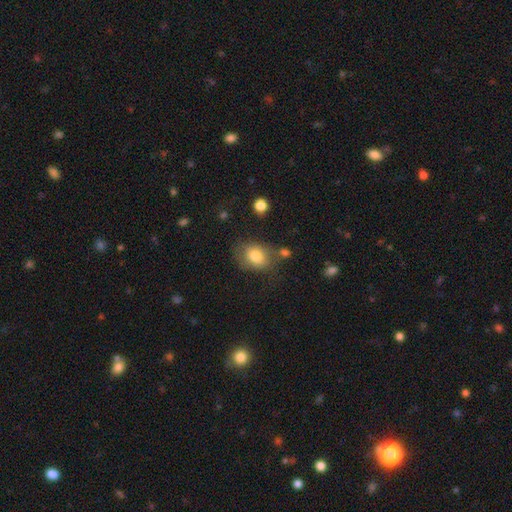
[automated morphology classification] The model was most divided on "how rounded": in between: 59%, round: 40%, cigar-shaped: 1%. More confident: smooth or featured — smooth (78%); merging — none (62%).